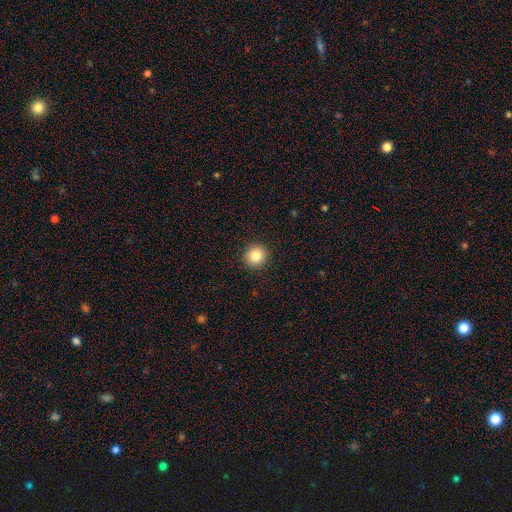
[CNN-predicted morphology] Smooth or featured: smooth — 84% (star or artifact — 10%)
How rounded: round — 93% (in between — 6%)
Merging: none — 93% (minor disturbance — 5%)